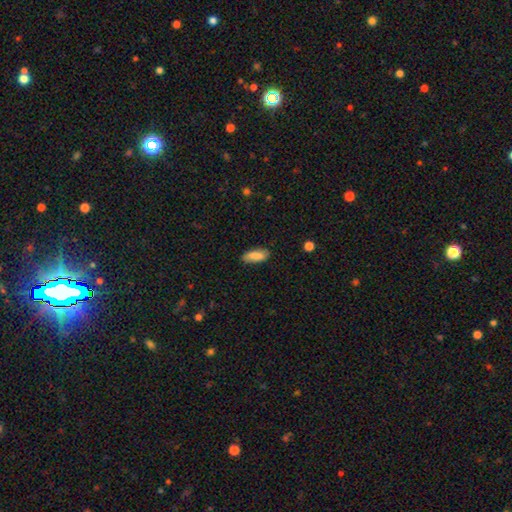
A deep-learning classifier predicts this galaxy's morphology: Smooth or featured?
  - smooth: 86% *
  - featured or disk: 8%
  - star or artifact: 6%
How rounded?
  - in between: 76% *
  - cigar-shaped: 22%
  - round: 2%
Merging?
  - none: 84% *
  - minor disturbance: 13%
  - major disturbance: 2%
  - merger: 1%